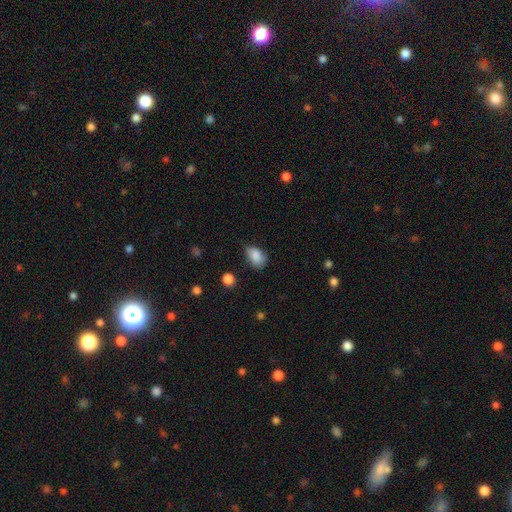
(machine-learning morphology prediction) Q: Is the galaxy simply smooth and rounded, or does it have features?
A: smooth — 84%.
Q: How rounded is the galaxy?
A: in between — 83%.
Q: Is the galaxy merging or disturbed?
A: none — 54%.